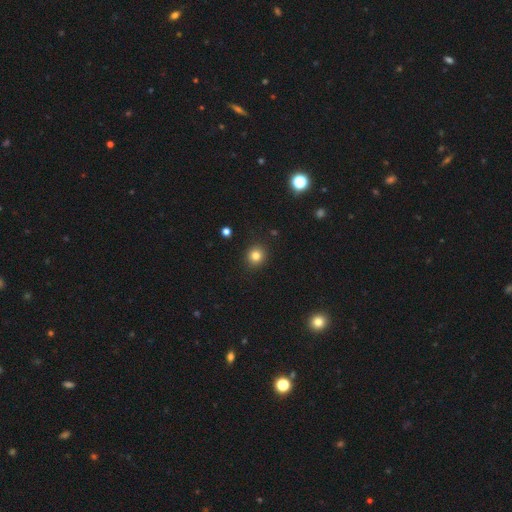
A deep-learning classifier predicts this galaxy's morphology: Overall: smooth (82%). How rounded: round (88%). Merging: none (91%).